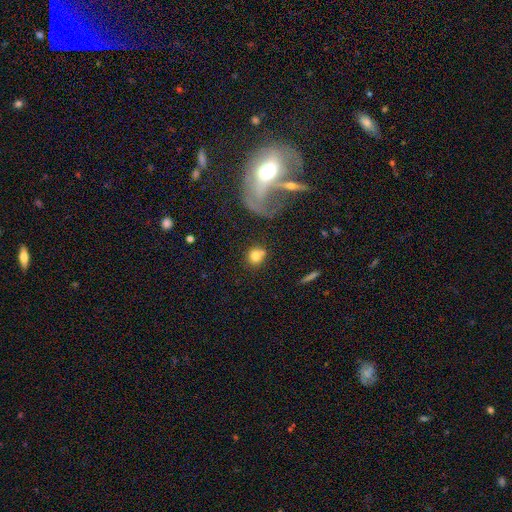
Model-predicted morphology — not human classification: Q: Smooth or featured?
A: smooth (76%); runner-up: featured or disk (12%)
Q: How rounded?
A: round (82%); runner-up: in between (17%)
Q: Merging?
A: none (61%); runner-up: merger (18%)